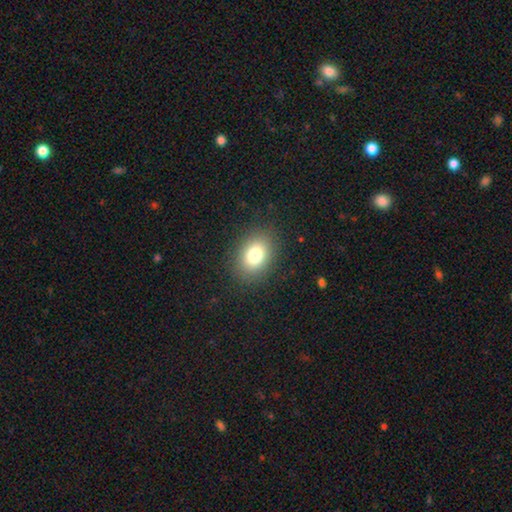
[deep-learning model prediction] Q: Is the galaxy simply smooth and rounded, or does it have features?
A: smooth — 80%.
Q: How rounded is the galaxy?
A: in between — 72%.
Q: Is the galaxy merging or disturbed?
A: none — 88%.